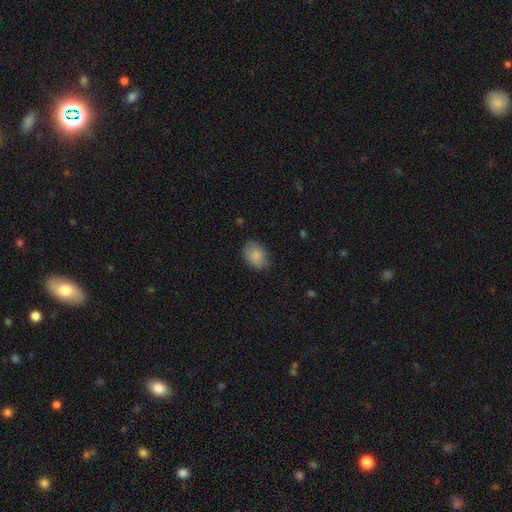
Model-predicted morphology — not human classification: Smooth or featured: smooth — 87% (star or artifact — 7%)
How rounded: in between — 81% (round — 18%)
Merging: none — 79% (minor disturbance — 16%)